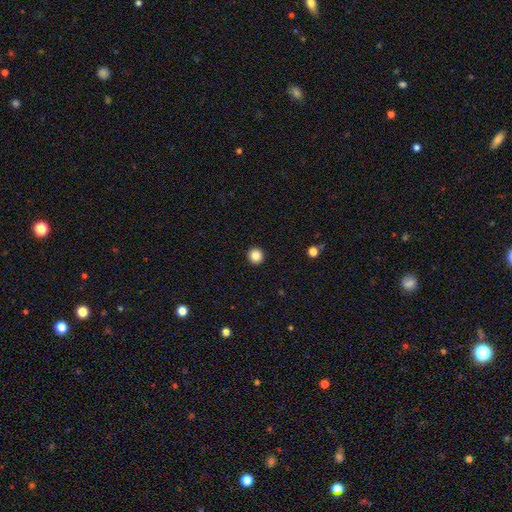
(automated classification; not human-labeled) Morphology: type=smooth (85%); roundness=round (95%); merging=none (94%).